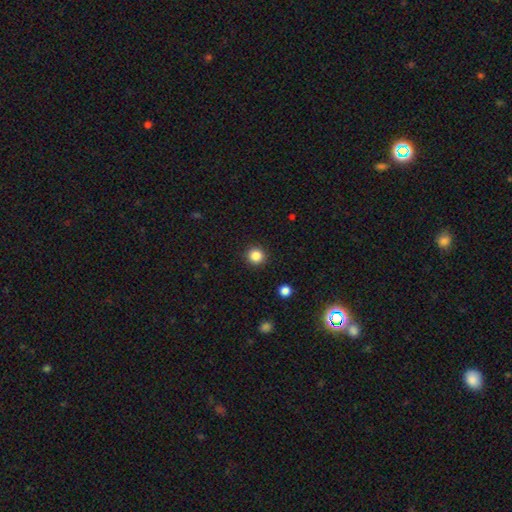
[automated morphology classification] Q: Smooth or featured?
A: smooth (84%); runner-up: star or artifact (12%)
Q: How rounded?
A: round (94%); runner-up: in between (5%)
Q: Merging?
A: none (92%); runner-up: minor disturbance (5%)